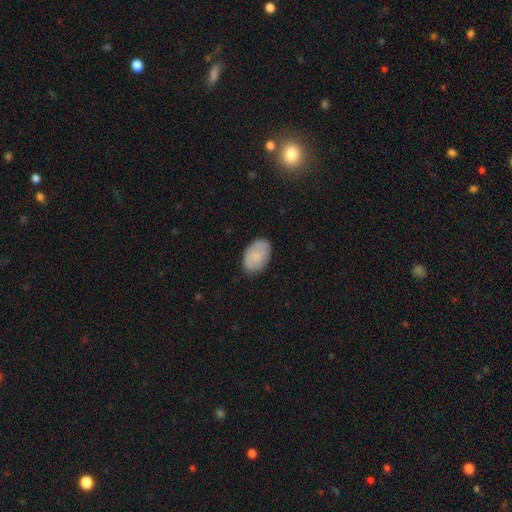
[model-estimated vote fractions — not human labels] A smooth galaxy with no disk features (77%) that is in between round and cigar-shaped (92%).

Vote fractions:
- Smooth or featured? smooth: 77% / featured or disk: 16% / star or artifact: 7%
- How rounded? in between: 92% / round: 7% / cigar-shaped: 1%
- Merging? none: 80% / minor disturbance: 16% / major disturbance: 3% / merger: 1%